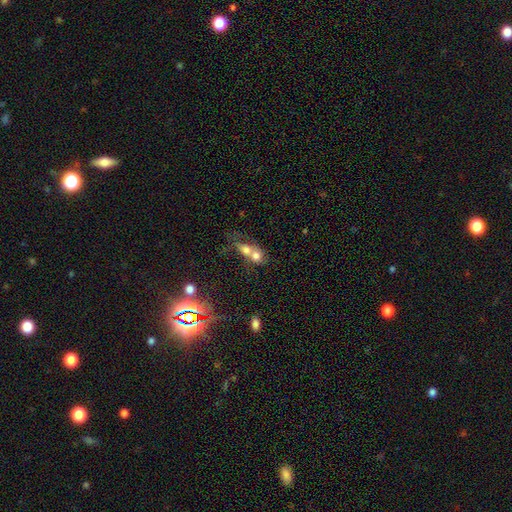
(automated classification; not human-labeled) Overall: smooth (67%). How rounded: round (56%; in between 41%). Merging: merger (75%).